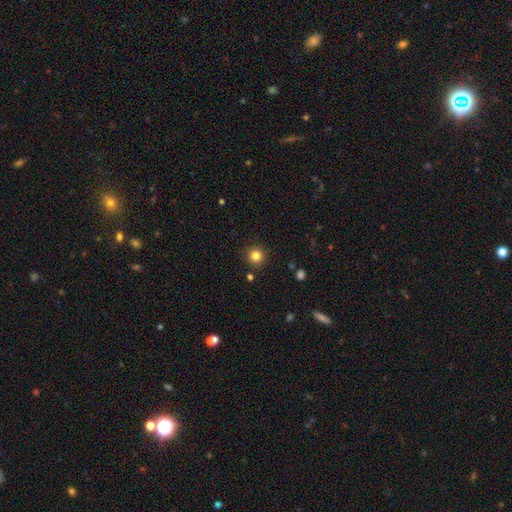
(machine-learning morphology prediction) This is clearly a smooth galaxy (83%). How rounded: clearly round (94%). Merging: clearly none (89%).